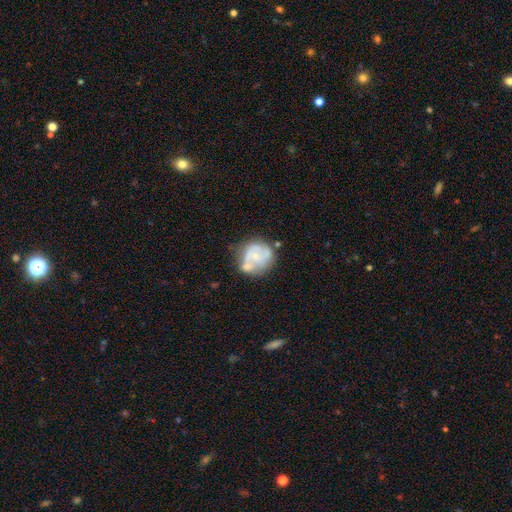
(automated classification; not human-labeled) Overall: featured or disk (59%; smooth 34%). Edge-on disk: no (98%). Bar: no (75%). Spiral arms: yes (53%; no 47%). Bulge size: small (57%; moderate 26%). Merging: none (42%; minor disturbance 24%).